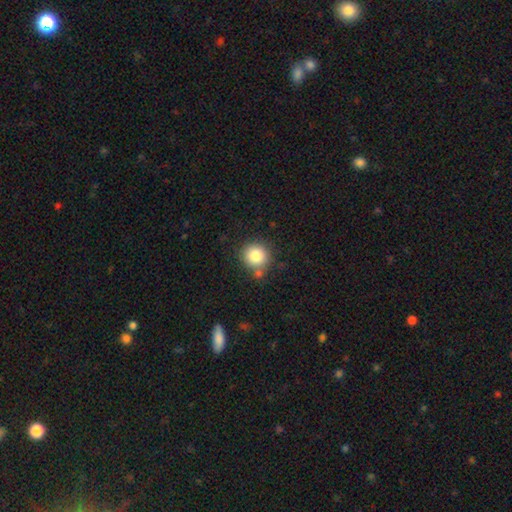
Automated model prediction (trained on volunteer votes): smooth_or_featured: smooth (p=0.82) [alt: star or artifact p=0.10]
how_rounded: round (p=0.91) [alt: in between p=0.08]
merging: none (p=0.76) [alt: minor disturbance p=0.12]